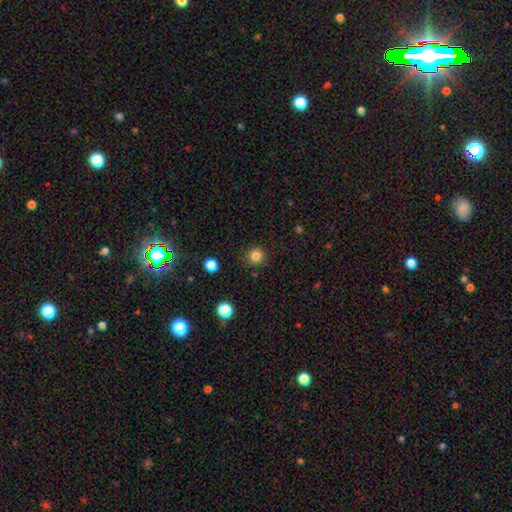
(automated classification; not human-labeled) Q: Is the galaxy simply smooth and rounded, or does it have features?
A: smooth — 83%.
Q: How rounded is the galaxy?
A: round — 92%.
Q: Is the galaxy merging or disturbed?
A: none — 89%.